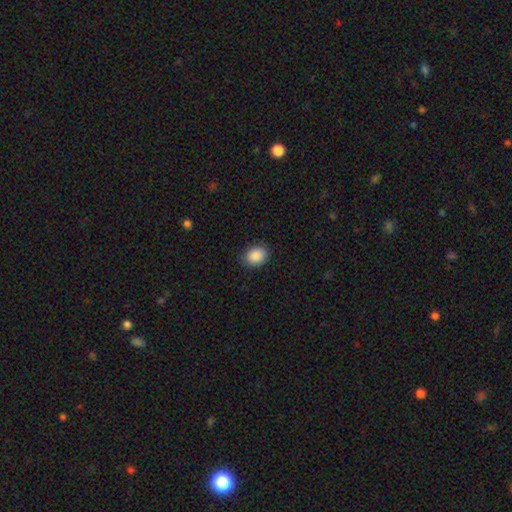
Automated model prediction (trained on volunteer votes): This appears to be a smooth galaxy with no disk features (90%) that is in between round and cigar-shaped (58%). Merging: none (86%).